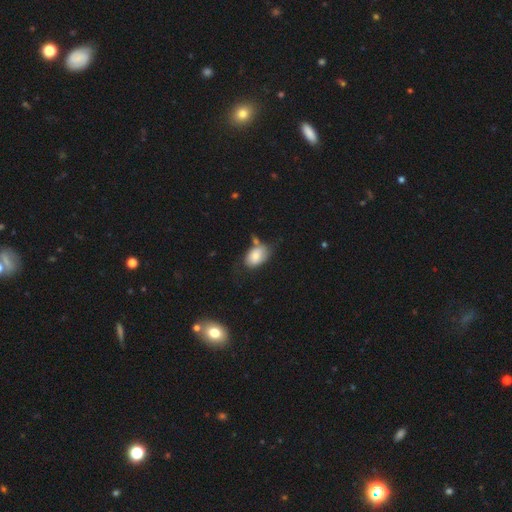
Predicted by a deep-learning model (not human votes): Smooth or featured?
  - smooth: 74% *
  - featured or disk: 18%
  - star or artifact: 8%
How rounded?
  - in between: 85% *
  - round: 14%
  - cigar-shaped: 1%
Merging?
  - none: 48% *
  - minor disturbance: 28%
  - merger: 15%
  - major disturbance: 10%